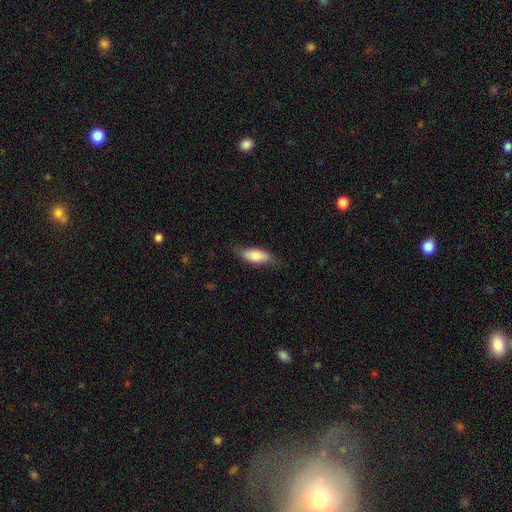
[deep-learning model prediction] Smooth or featured? smooth (72%)
How rounded? in between (77%)
Merging? none (67%)